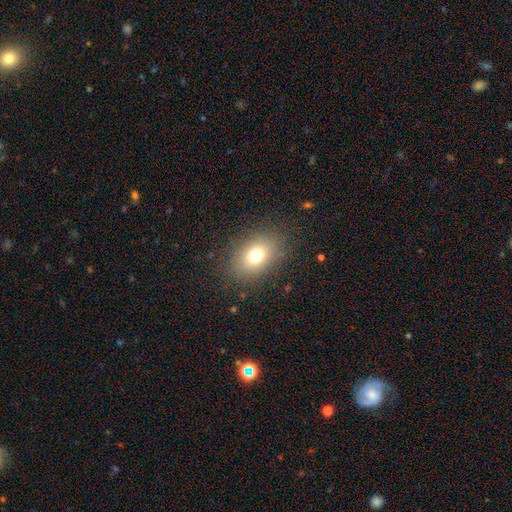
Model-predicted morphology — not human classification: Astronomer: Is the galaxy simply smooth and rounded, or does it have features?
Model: smooth — 74%.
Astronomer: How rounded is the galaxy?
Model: in between — 71%.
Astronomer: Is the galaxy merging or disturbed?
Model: none — 84%.